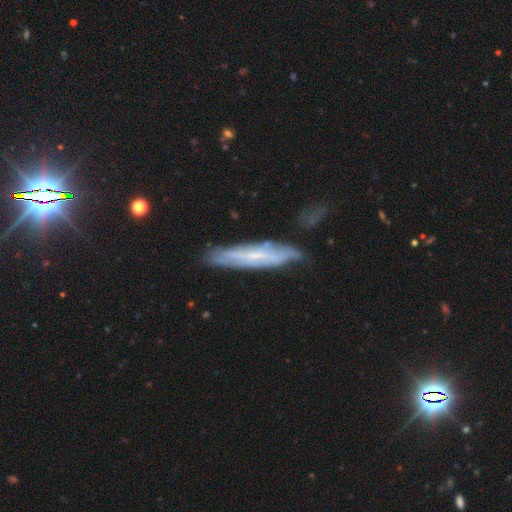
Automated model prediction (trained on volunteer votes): Overall: featured or disk (63%; smooth 30%). Edge-on disk: yes (58%; no 42%). Merging: none (72%).